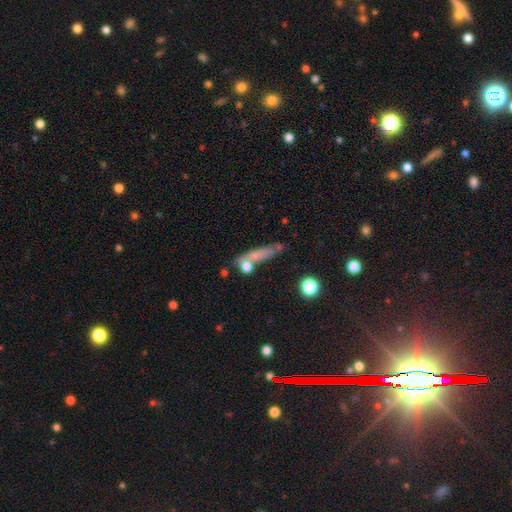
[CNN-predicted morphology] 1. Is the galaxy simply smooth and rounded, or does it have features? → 65% smooth, 23% featured or disk, 12% star or artifact.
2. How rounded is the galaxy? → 69% cigar-shaped, 23% in between, 8% round.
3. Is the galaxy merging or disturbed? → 54% none, 19% merger, 18% minor disturbance, 9% major disturbance.